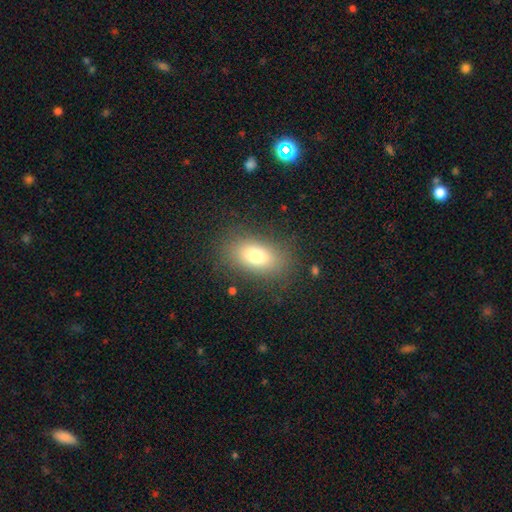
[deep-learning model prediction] smooth 76%, featured or disk 13%, star or artifact 10%. Down the decision tree: how rounded — in between (87%); merging — none (83%).